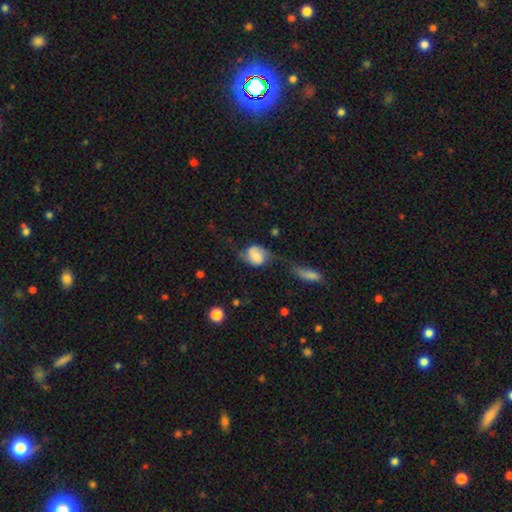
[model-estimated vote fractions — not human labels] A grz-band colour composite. It shows a featured or disk galaxy (57%) with no bar (48%), spiral arms (88%) and a moderate central bulge (30%). Merging: none (40%).